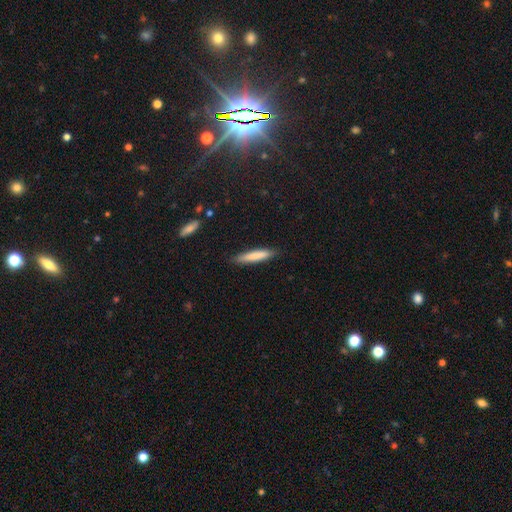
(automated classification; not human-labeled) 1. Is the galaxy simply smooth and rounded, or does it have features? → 80% smooth, 15% featured or disk, 6% star or artifact.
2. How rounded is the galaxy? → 90% cigar-shaped, 9% in between, 1% round.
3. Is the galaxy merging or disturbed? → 88% none, 9% minor disturbance, 2% major disturbance, 1% merger.